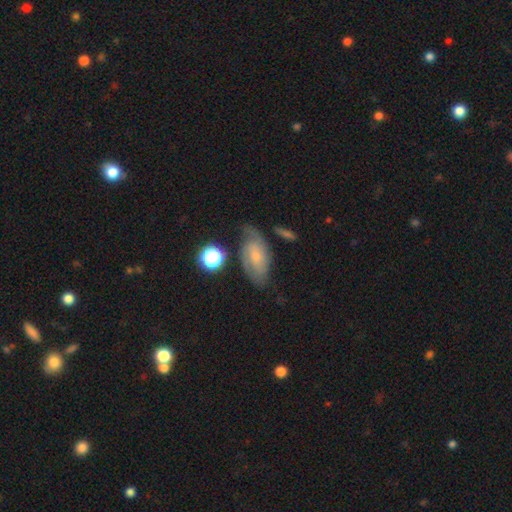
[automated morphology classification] Smooth or featured?
  - featured or disk: 64% *
  - smooth: 27%
  - star or artifact: 9%
Edge-on disk?
  - no: 94% *
  - yes: 6%
Bar?
  - no: 58% *
  - weak: 35%
  - strong: 7%
Spiral arms?
  - yes: 91% *
  - no: 9%
Spiral winding?
  - medium: 44% *
  - tight: 38%
  - loose: 17%
Spiral arm count?
  - 2: 69% *
  - can't tell: 18%
  - 3: 5%
  - 1: 4%
  - 4: 2%
  - more than 4: 2%
Bulge size?
  - small: 59% *
  - moderate: 25%
  - none: 11%
  - large: 3%
  - dominant: 1%
Merging?
  - none: 61% *
  - minor disturbance: 24%
  - major disturbance: 11%
  - merger: 4%